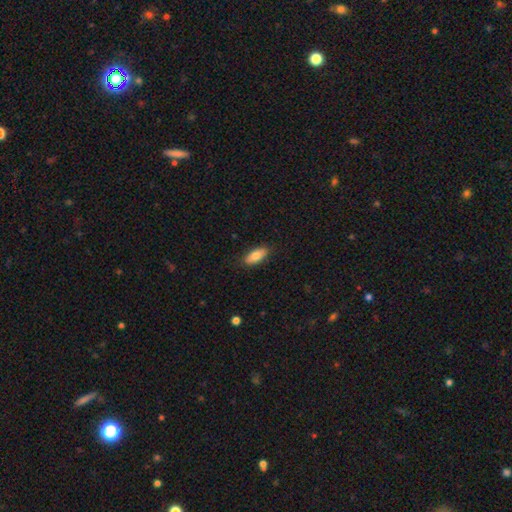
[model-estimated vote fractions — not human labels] Morphology: type=smooth (81%); roundness=in between (84%); merging=none (85%).